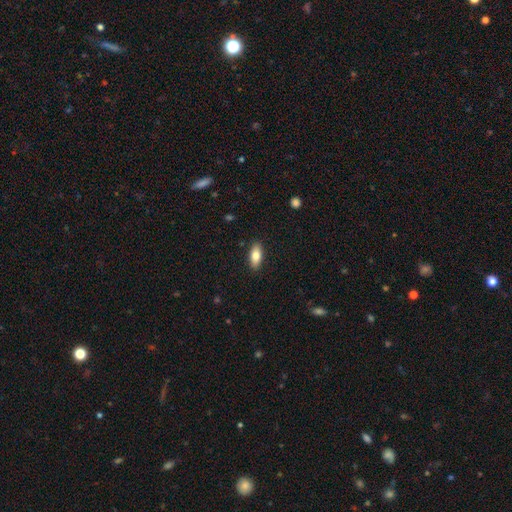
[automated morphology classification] A smooth galaxy with no disk features (79%) that is in between round and cigar-shaped (83%). Merging: none (89%).